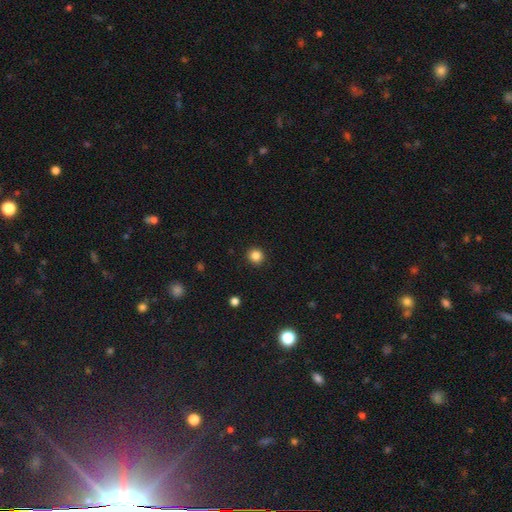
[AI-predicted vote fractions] Smooth or featured? smooth (85%)
How rounded? round (93%)
Merging? none (92%)